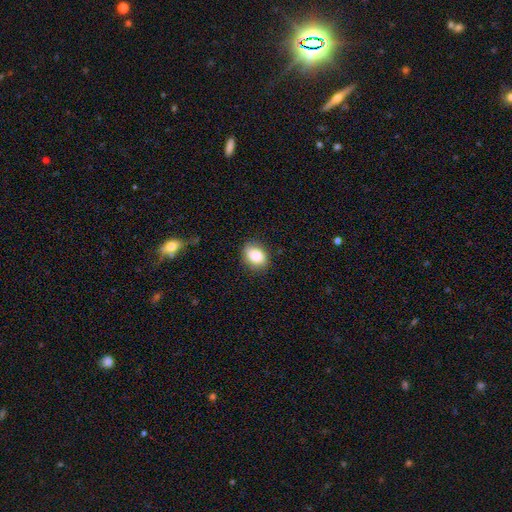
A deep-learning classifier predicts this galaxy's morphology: Overall: smooth (85%). How rounded: in between (69%; round 29%). Merging: none (76%).